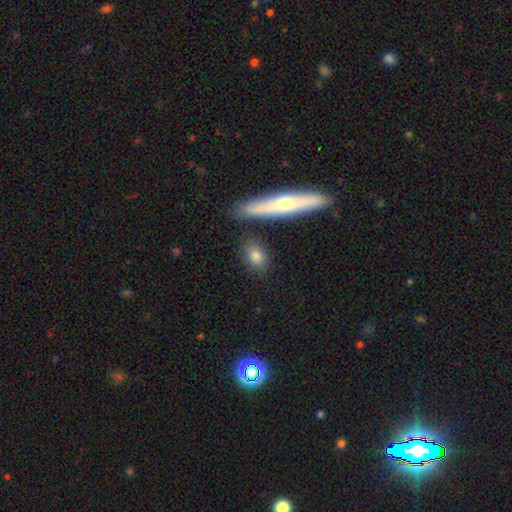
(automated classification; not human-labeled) Q: Smooth or featured?
A: smooth (79%); runner-up: featured or disk (13%)
Q: How rounded?
A: in between (65%); runner-up: round (21%)
Q: Merging?
A: none (81%); runner-up: minor disturbance (11%)